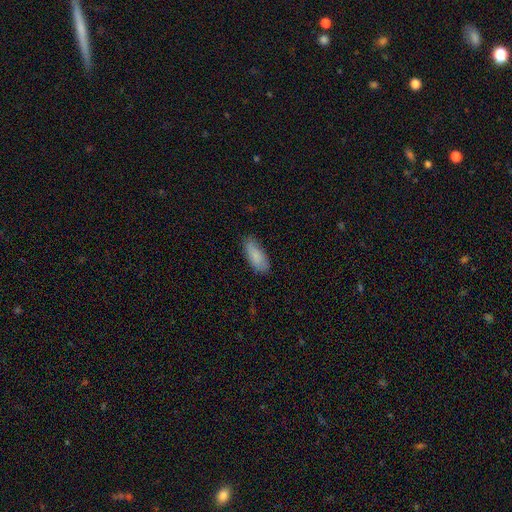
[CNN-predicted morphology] Smooth or featured? smooth (86%)
How rounded? in between (77%)
Merging? none (80%)